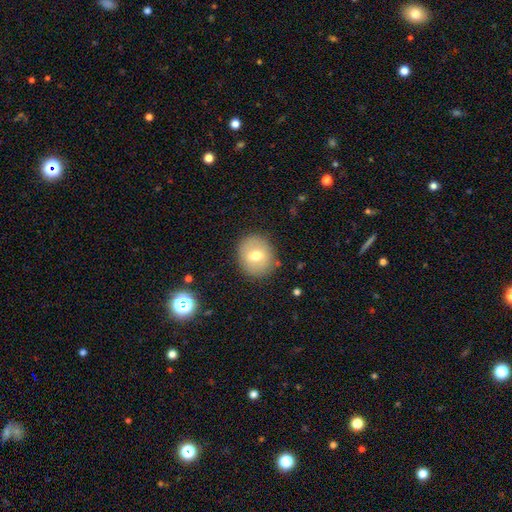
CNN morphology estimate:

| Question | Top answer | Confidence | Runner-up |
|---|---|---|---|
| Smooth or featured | smooth | 64% | featured or disk (27%) |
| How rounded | round | 78% | in between (21%) |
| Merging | none | 86% | minor disturbance (9%) |